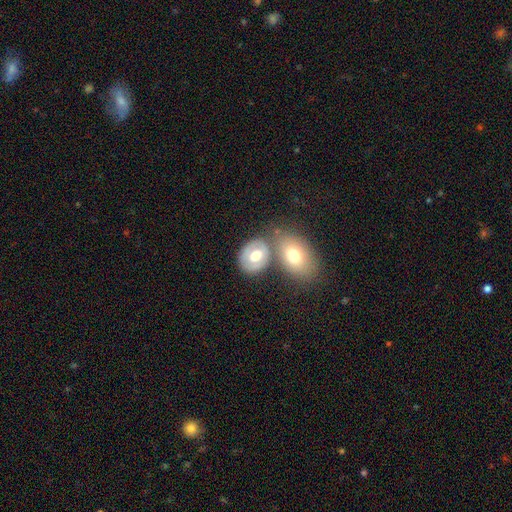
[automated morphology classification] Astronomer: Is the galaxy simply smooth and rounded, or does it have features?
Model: smooth — 51% (runner-up: featured or disk, 42%).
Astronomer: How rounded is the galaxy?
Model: in between — 62%.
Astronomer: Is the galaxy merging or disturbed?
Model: none — 58%.